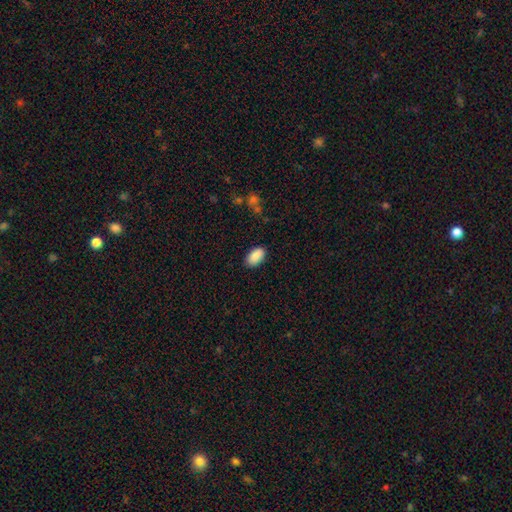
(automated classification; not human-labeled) smooth 90%, star or artifact 7%, featured or disk 3%. Down the decision tree: how rounded — in between (94%); merging — none (87%).